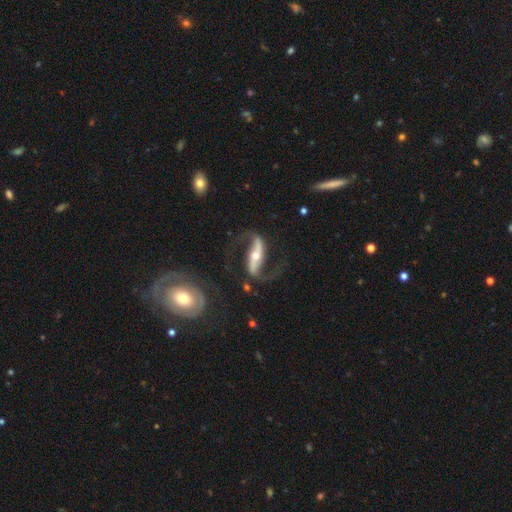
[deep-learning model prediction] The model was most divided on "bulge size": moderate: 54%, small: 38%, large: 5%, dominant: 1%, none: 1%. More confident: spiral arms — yes (96%); spiral arm count — 2 (93%); edge-on disk — no (91%); smooth or featured — featured or disk (89%); spiral winding — loose (73%); merging — none (73%); bar — strong (62%).